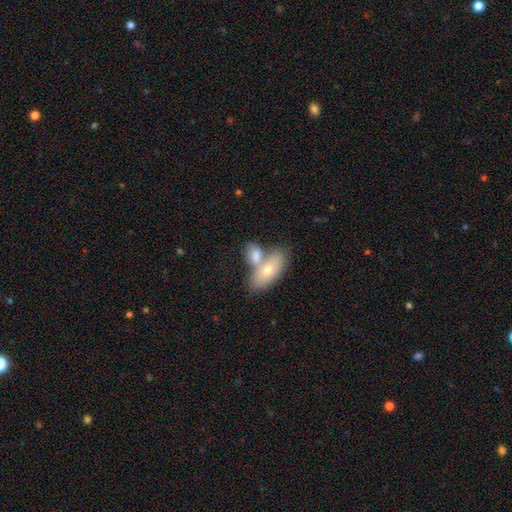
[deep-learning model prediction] smooth-or-featured: smooth: 74% | featured or disk: 21% | star or artifact: 6%
  how-rounded: in between: 84% | cigar-shaped: 9% | round: 7%
  merging: merger: 61% | none: 28% | minor disturbance: 8% | major disturbance: 3%